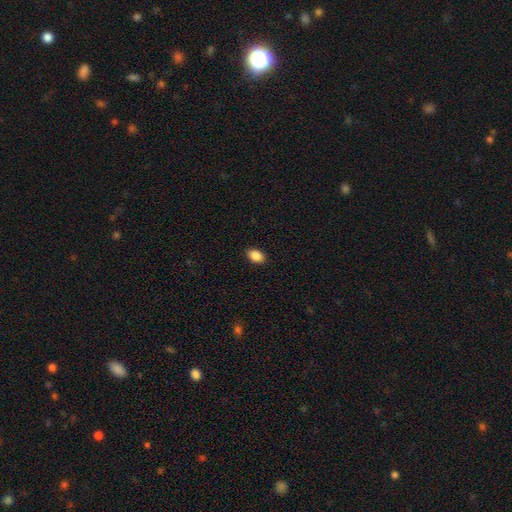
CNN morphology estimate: smooth 89%, star or artifact 8%, featured or disk 3%. Down the decision tree: how rounded — in between (88%); merging — none (90%).